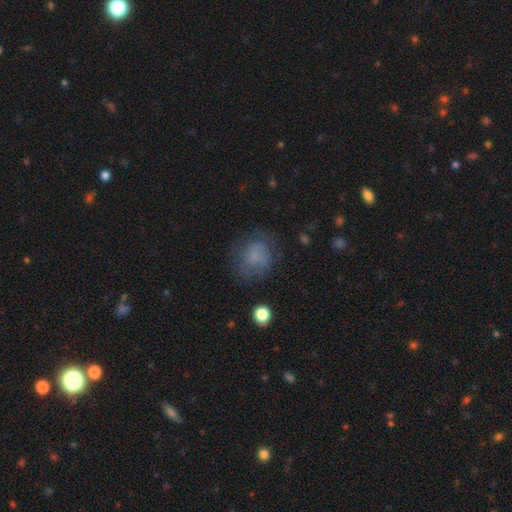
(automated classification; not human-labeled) Q: Smooth or featured?
A: smooth (69%); runner-up: featured or disk (18%)
Q: How rounded?
A: round (66%); runner-up: in between (33%)
Q: Merging?
A: none (62%); runner-up: minor disturbance (21%)